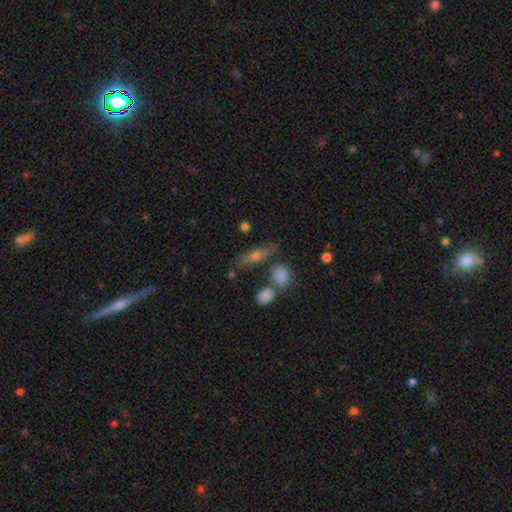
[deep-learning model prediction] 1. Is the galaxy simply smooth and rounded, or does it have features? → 56% smooth, 35% featured or disk, 10% star or artifact.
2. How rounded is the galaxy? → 57% cigar-shaped, 37% in between, 6% round.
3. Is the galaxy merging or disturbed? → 68% none, 14% minor disturbance, 13% merger, 5% major disturbance.